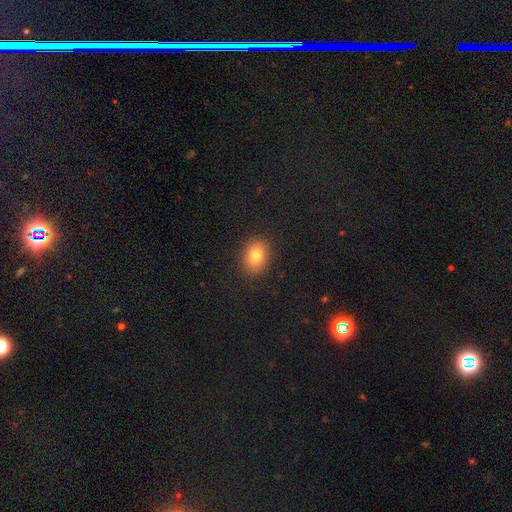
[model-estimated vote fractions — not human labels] Smooth or featured: smooth — 79% (star or artifact — 11%)
How rounded: in between — 55% (round — 44%)
Merging: none — 88% (minor disturbance — 8%)